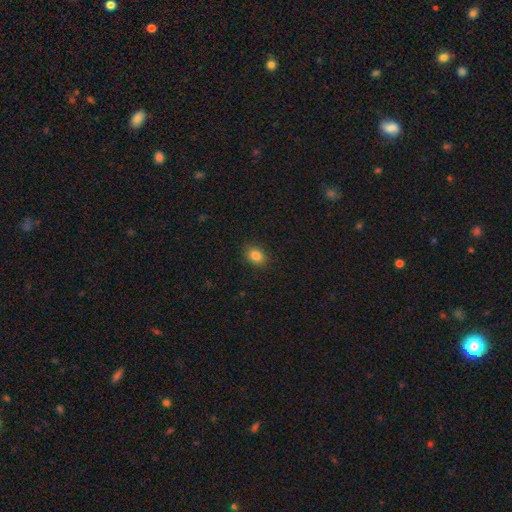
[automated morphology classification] smooth-or-featured: smooth: 84% | star or artifact: 10% | featured or disk: 6%
  how-rounded: in between: 62% | round: 37% | cigar-shaped: 1%
  merging: none: 89% | minor disturbance: 8% | major disturbance: 2% | merger: 1%